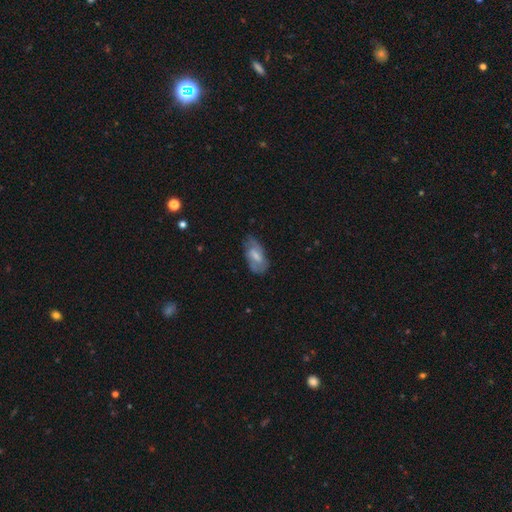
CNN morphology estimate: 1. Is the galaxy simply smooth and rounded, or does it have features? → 48% smooth, 46% featured or disk, 7% star or artifact.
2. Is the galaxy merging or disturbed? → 62% none, 27% minor disturbance, 9% major disturbance, 2% merger.